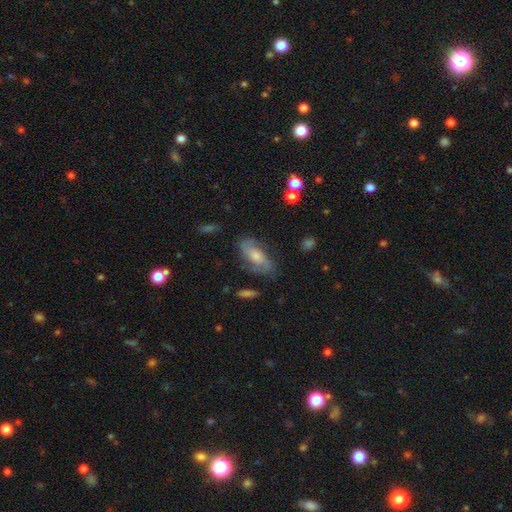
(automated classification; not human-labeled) This is likely a featured or disk galaxy (75%). It is clearly not viewed edge-on (94%). Bar: likely no (61%). Spiral arm pattern: clearly yes (93%). Spiral arm count: likely 2 (80%). Spiral winding: possibly medium (45%). Central bulge: possibly moderate (49%). Merging: likely none (76%).